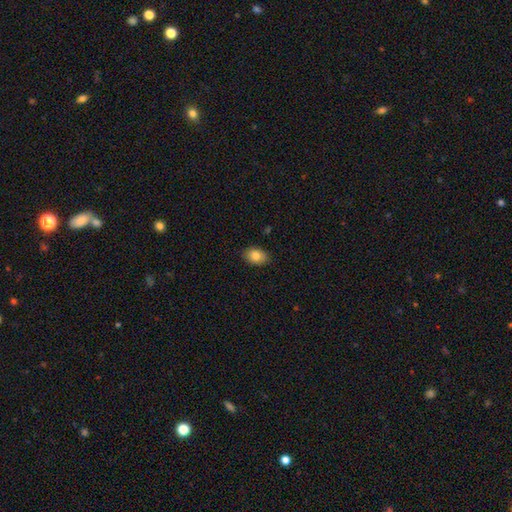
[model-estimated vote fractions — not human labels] Smooth or featured? Predicted: smooth (p=0.85). How rounded? Predicted: in between (p=0.82). Merging? Predicted: none (p=0.87).